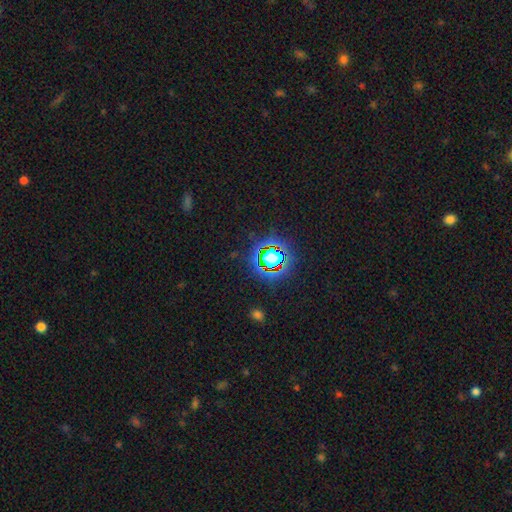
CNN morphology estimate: A star or artifact, not a galaxy (80%).